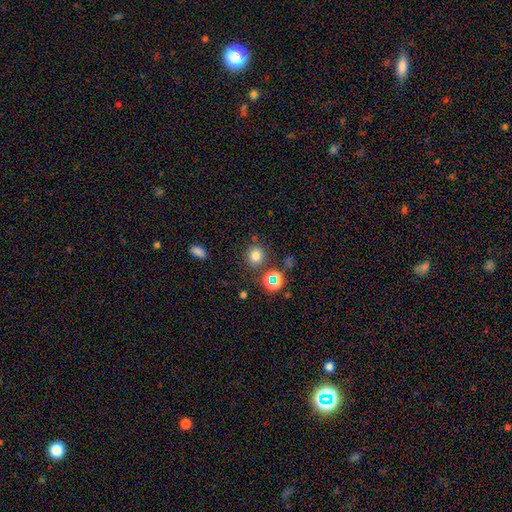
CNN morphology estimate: A smooth galaxy with no disk features (75%) that is round (86%). Merging: none (82%).